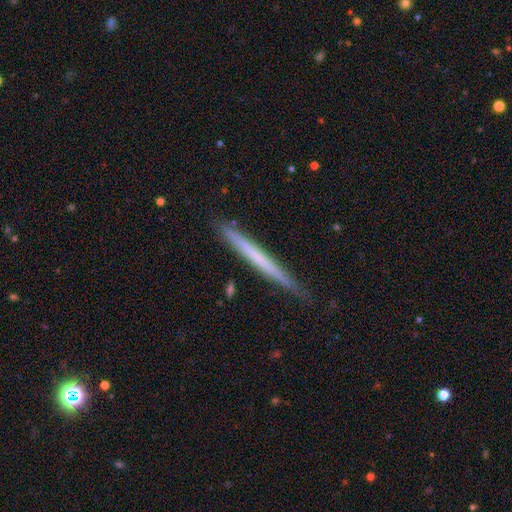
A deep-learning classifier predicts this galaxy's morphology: A smooth galaxy with no disk features (49%).

Vote fractions:
- Smooth or featured? smooth: 49% / featured or disk: 46% / star or artifact: 5%
- Merging? none: 86% / minor disturbance: 11% / major disturbance: 2% / merger: 1%